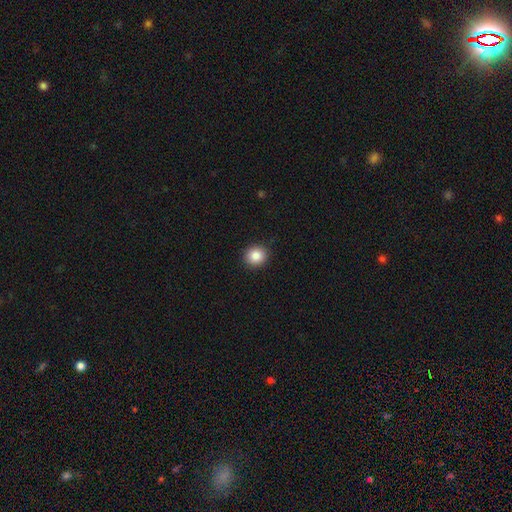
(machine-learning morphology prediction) smooth_or_featured: smooth (p=0.86) [alt: star or artifact p=0.09]
how_rounded: round (p=0.85) [alt: in between p=0.14]
merging: none (p=0.91) [alt: minor disturbance p=0.06]